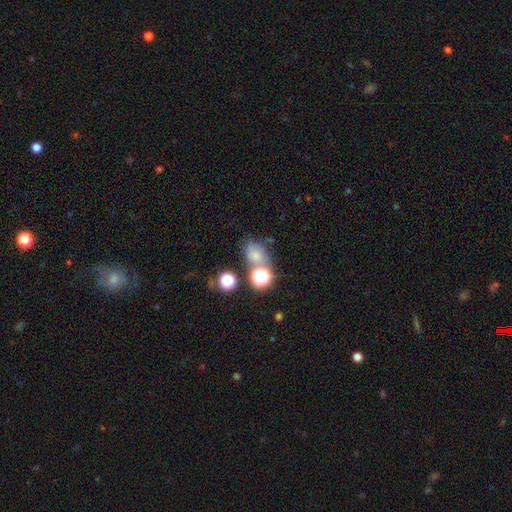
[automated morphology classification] smooth_or_featured: smooth (p=0.62) [alt: star or artifact p=0.23]
how_rounded: in between (p=0.50) [alt: round p=0.48]
merging: none (p=0.49) [alt: merger p=0.27]